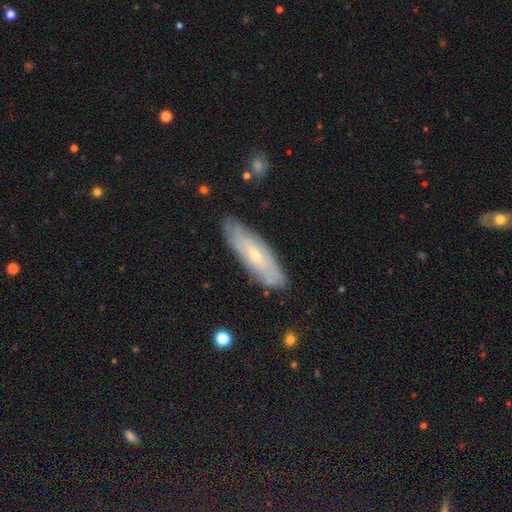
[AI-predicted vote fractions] The model was most divided on "smooth or featured": featured or disk: 58%, smooth: 36%, star or artifact: 7%. More confident: merging — none (83%); edge-on disk — no (66%).